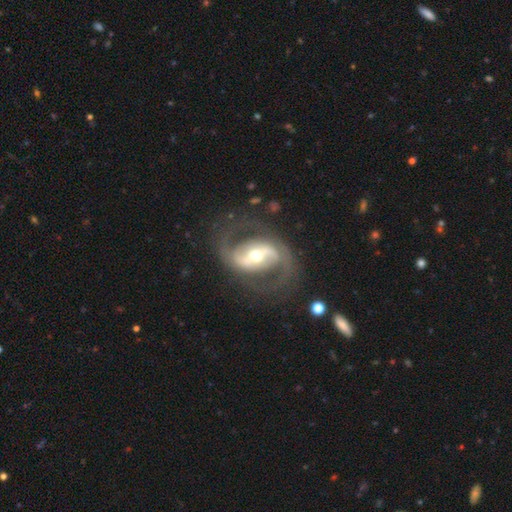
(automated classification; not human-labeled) This appears to be a featured or disk galaxy (89%) with a strong bar (52%), 2 (92%) medium (54%) spiral arms (92%) and a moderate central bulge (59%). Merging: none (77%).